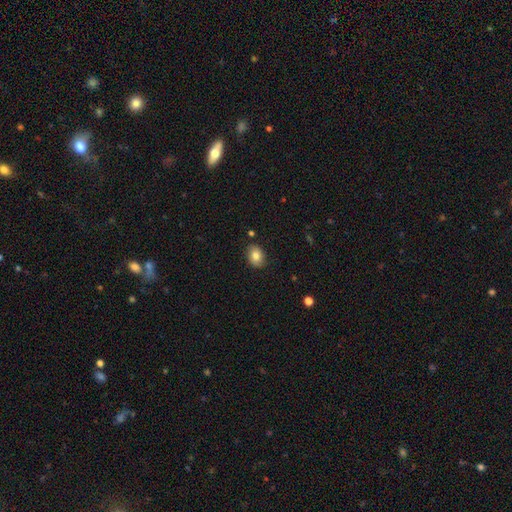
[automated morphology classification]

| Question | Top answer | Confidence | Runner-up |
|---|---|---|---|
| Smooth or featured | smooth | 81% | featured or disk (10%) |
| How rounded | in between | 66% | round (33%) |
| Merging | none | 85% | minor disturbance (11%) |